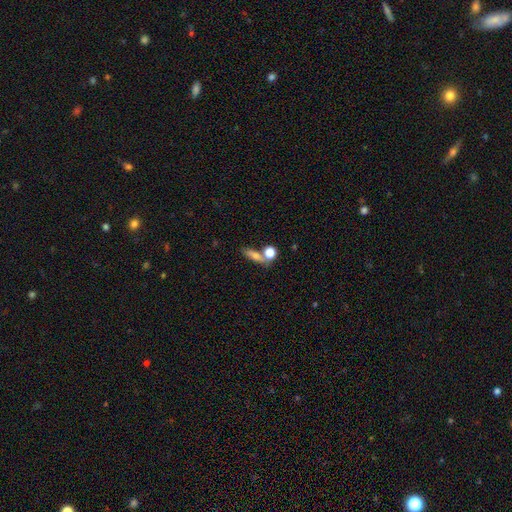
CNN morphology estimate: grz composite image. It shows a smooth galaxy with no disk features (65%) that is in between round and cigar-shaped (42%). Merging: none (52%).